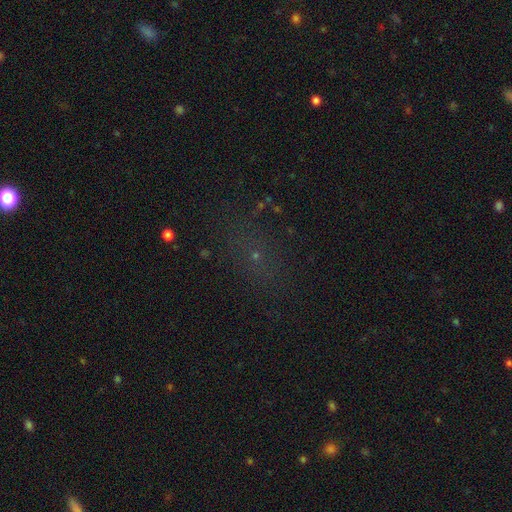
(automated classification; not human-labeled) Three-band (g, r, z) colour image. It shows a star or artifact, not a galaxy (49%).